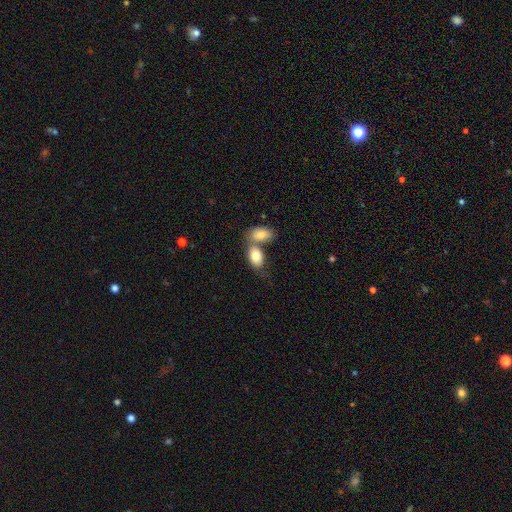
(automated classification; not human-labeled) smooth-or-featured: smooth: 82% | featured or disk: 11% | star or artifact: 7%
  how-rounded: in between: 90% | round: 8% | cigar-shaped: 2%
  merging: merger: 54% | none: 31% | minor disturbance: 10% | major disturbance: 4%